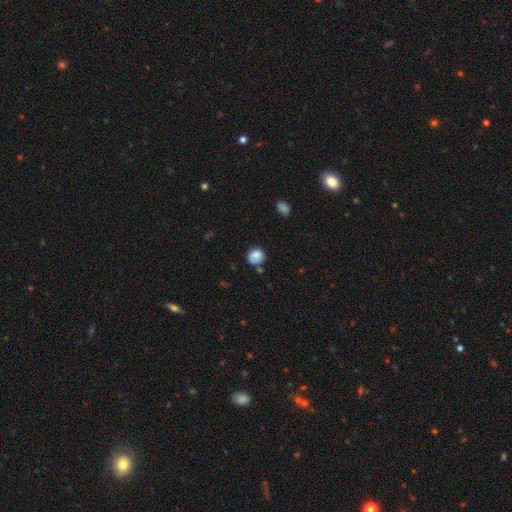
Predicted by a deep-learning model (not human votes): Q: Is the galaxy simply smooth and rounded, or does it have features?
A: smooth — 81%.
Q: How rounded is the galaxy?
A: round — 79%.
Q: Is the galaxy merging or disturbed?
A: none — 67%.